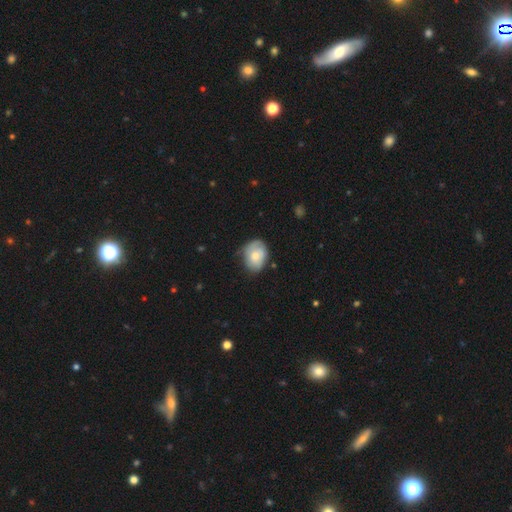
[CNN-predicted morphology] A smooth galaxy with no disk features (66%) that is in between round and cigar-shaped (61%). Merging: none (62%).